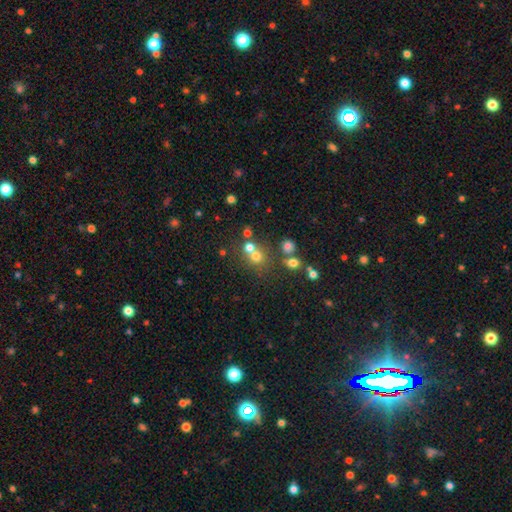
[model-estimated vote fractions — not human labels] This appears to be a smooth galaxy with no disk features (66%) that is round (84%). Merging: none (51%).